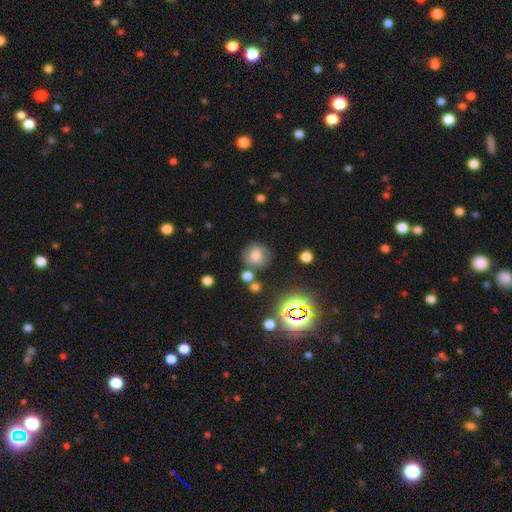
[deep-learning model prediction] Morphology: type=smooth (64%); roundness=round (86%); merging=none (73%).